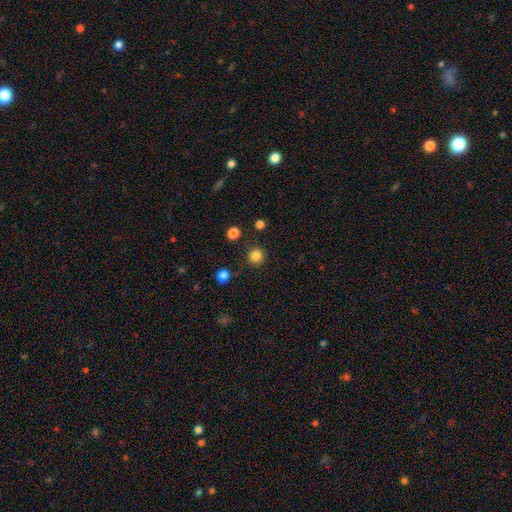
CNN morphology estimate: Q: Smooth or featured?
A: smooth (84%); runner-up: star or artifact (13%)
Q: How rounded?
A: round (95%); runner-up: in between (4%)
Q: Merging?
A: none (90%); runner-up: minor disturbance (6%)